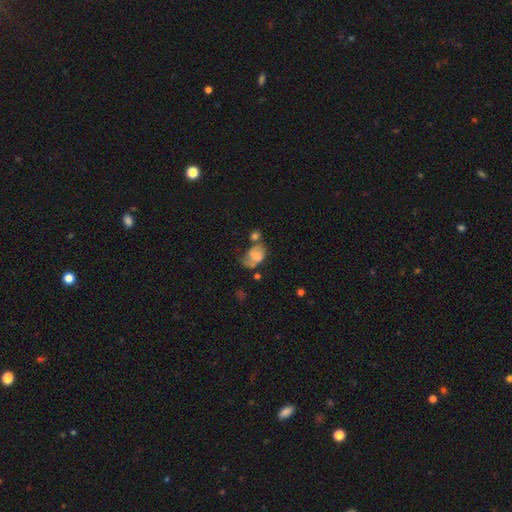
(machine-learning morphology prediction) Smooth or featured? smooth (58%)
How rounded? in between (73%)
Merging? none (27%)